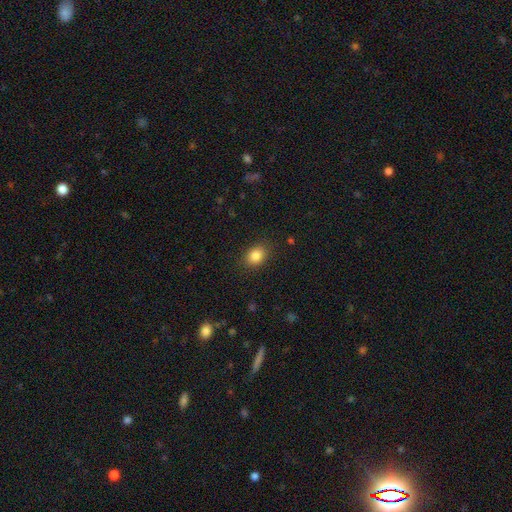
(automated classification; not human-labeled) Morphology: type=smooth (85%); roundness=in between (61%); merging=none (87%).